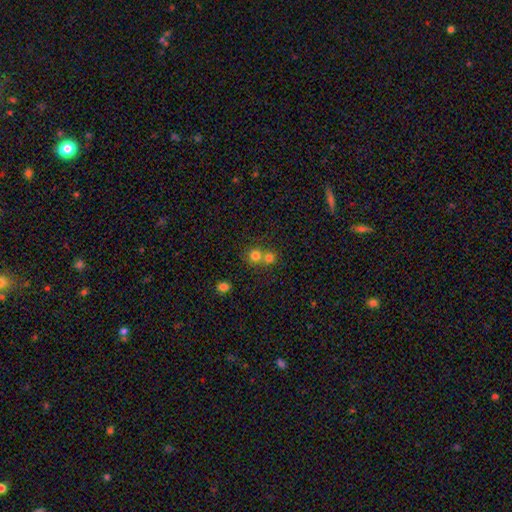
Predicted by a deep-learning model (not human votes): smooth-or-featured: smooth: 77% | star or artifact: 14% | featured or disk: 9%
  how-rounded: round: 88% | in between: 11% | cigar-shaped: 1%
  merging: merger: 50% | none: 43% | minor disturbance: 5% | major disturbance: 2%